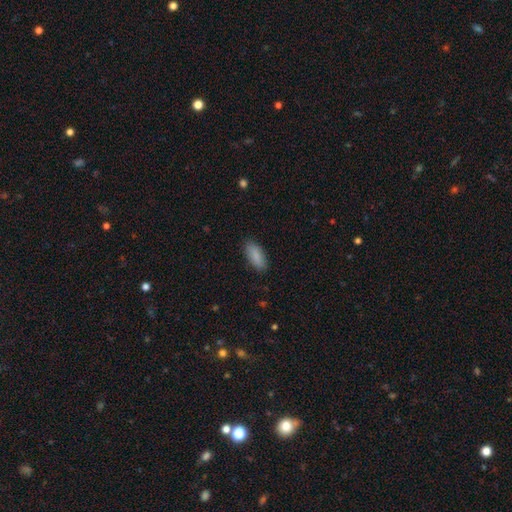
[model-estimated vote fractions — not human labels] Smooth or featured? Predicted: smooth (p=0.89). How rounded? Predicted: in between (p=0.82). Merging? Predicted: none (p=0.86).